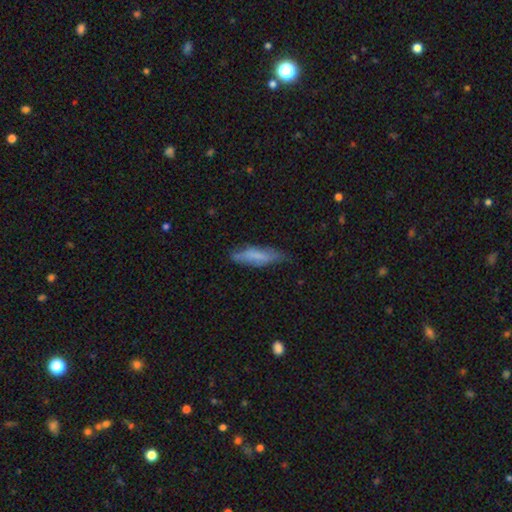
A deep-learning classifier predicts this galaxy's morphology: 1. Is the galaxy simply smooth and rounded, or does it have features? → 63% smooth, 30% featured or disk, 7% star or artifact.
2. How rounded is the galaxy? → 65% cigar-shaped, 34% in between, 2% round.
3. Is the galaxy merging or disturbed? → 61% none, 29% minor disturbance, 8% major disturbance, 2% merger.